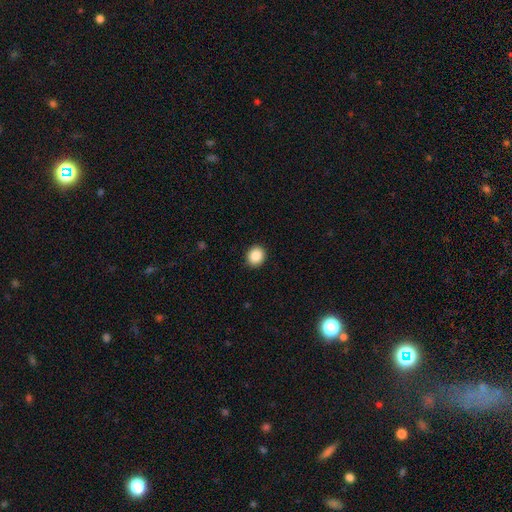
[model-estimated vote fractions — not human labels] smooth 87%, star or artifact 9%, featured or disk 4%. Down the decision tree: how rounded — round (75%); merging — none (91%).